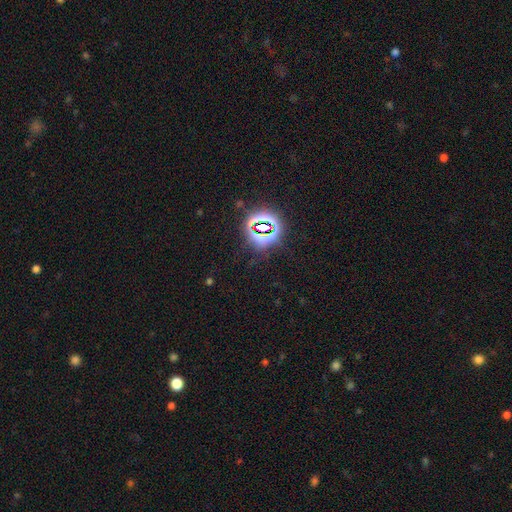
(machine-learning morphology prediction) Smooth or featured?
  - star or artifact: 82% *
  - smooth: 11%
  - featured or disk: 7%